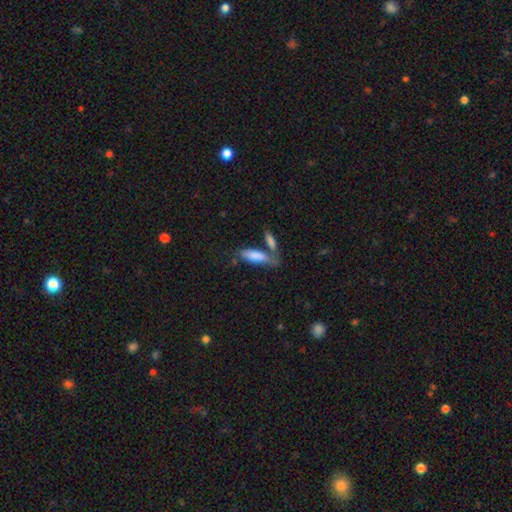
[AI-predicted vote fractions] This is clearly a smooth galaxy (81%). How rounded: possibly cigar-shaped (50%). Merging: possibly none (45%).